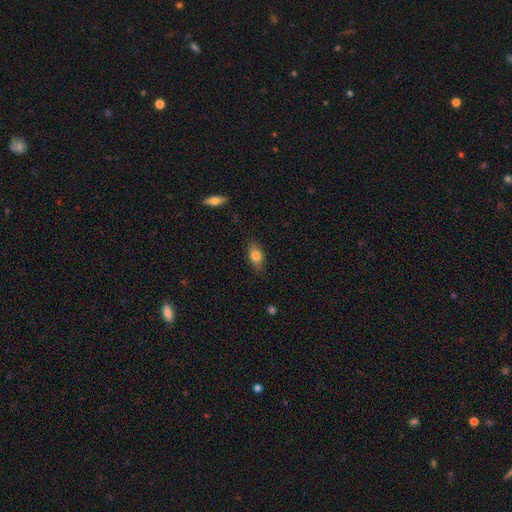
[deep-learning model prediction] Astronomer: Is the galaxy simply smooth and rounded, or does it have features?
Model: smooth — 79%.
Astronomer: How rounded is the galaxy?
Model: in between — 83%.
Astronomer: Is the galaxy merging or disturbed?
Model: none — 80%.